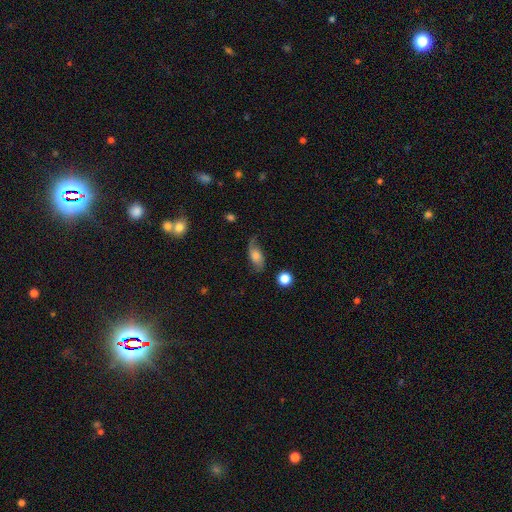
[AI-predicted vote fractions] The model was most divided on "smooth or featured": featured or disk: 46%, smooth: 45%, star or artifact: 9%. More confident: merging — none (63%).